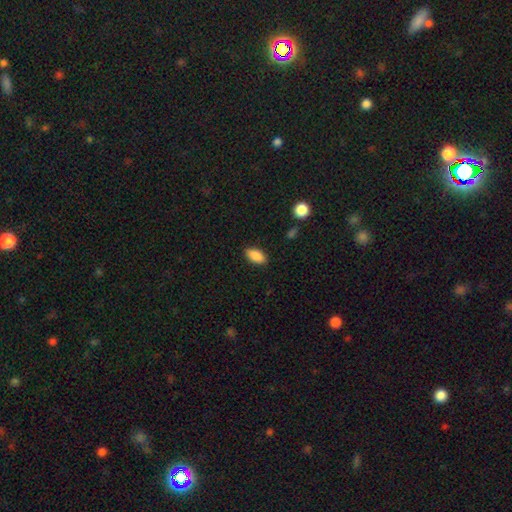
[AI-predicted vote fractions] Morphology: type=smooth (89%); roundness=in between (92%); merging=none (87%).